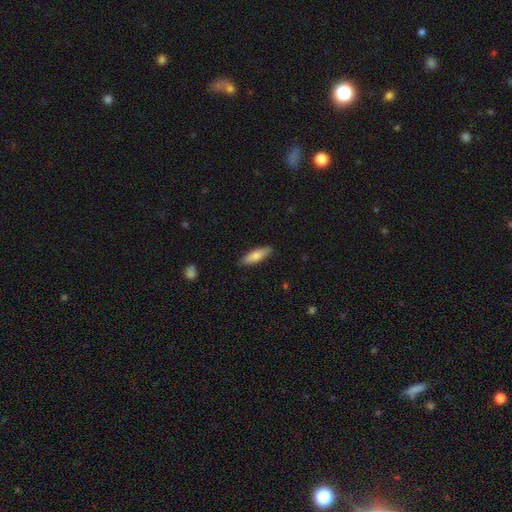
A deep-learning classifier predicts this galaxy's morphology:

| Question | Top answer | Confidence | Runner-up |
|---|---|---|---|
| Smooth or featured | smooth | 75% | featured or disk (20%) |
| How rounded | cigar-shaped | 57% | in between (41%) |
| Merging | none | 87% | minor disturbance (10%) |